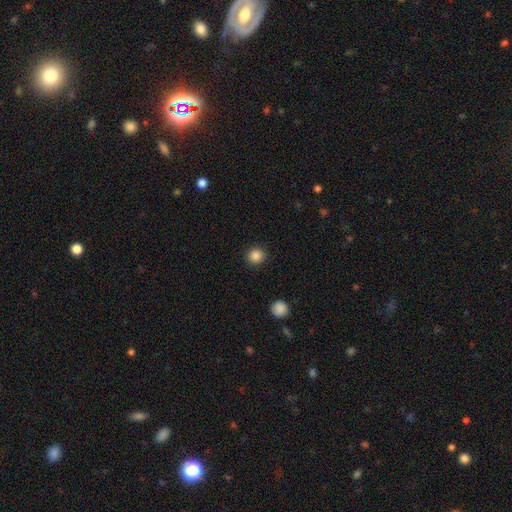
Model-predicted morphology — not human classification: Q: Smooth or featured?
A: smooth (86%); runner-up: star or artifact (10%)
Q: How rounded?
A: round (92%); runner-up: in between (7%)
Q: Merging?
A: none (91%); runner-up: minor disturbance (6%)